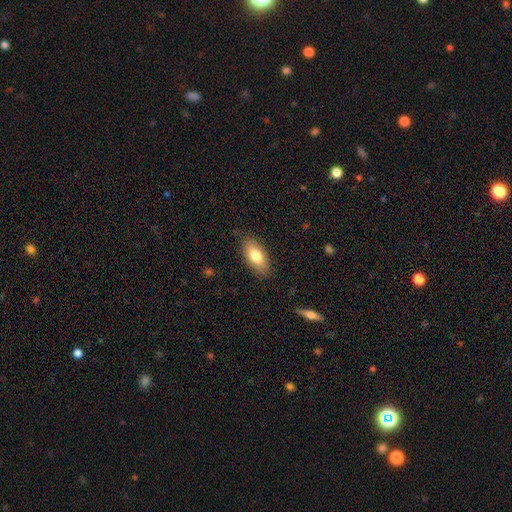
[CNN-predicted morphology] A smooth galaxy with no disk features (77%) that is in between round and cigar-shaped (89%).

Vote fractions:
- Smooth or featured? smooth: 77% / featured or disk: 16% / star or artifact: 7%
- How rounded? in between: 89% / cigar-shaped: 8% / round: 3%
- Merging? none: 84% / minor disturbance: 12% / major disturbance: 3% / merger: 1%